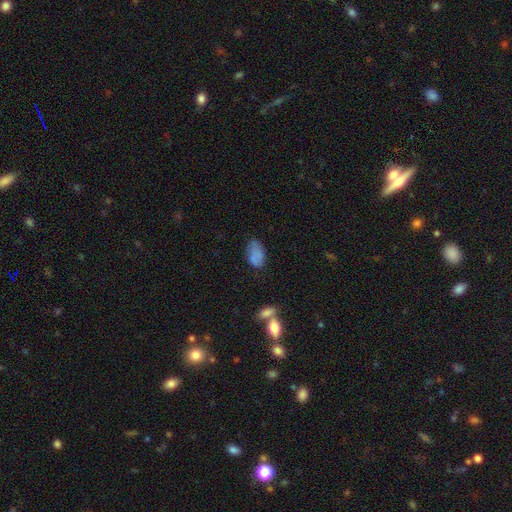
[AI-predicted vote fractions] The model was most divided on "merging": none: 53%, minor disturbance: 30%, major disturbance: 12%, merger: 6%. More confident: how rounded — in between (92%); smooth or featured — smooth (77%).